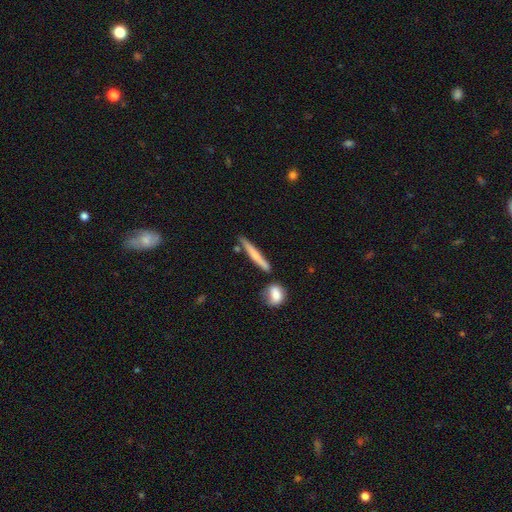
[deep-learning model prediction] A smooth galaxy with no disk features (59%) that is cigar-shaped (93%).

Vote fractions:
- Smooth or featured? smooth: 59% / featured or disk: 35% / star or artifact: 6%
- How rounded? cigar-shaped: 93% / in between: 5% / round: 2%
- Merging? none: 74% / minor disturbance: 14% / merger: 9% / major disturbance: 3%